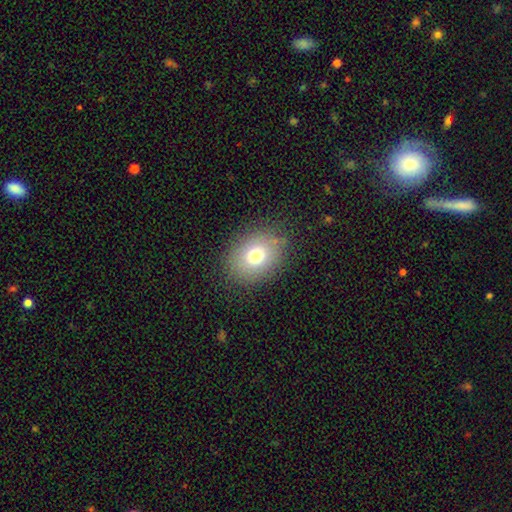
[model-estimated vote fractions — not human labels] A smooth galaxy with no disk features (73%) that is in between round and cigar-shaped (56%).

Vote fractions:
- Smooth or featured? smooth: 73% / featured or disk: 14% / star or artifact: 13%
- How rounded? in between: 56% / round: 43% / cigar-shaped: 1%
- Merging? none: 82% / minor disturbance: 12% / major disturbance: 4% / merger: 1%